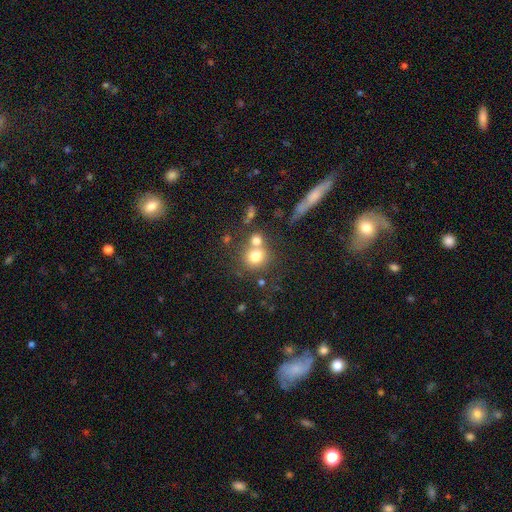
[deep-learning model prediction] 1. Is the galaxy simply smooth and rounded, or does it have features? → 74% smooth, 14% featured or disk, 12% star or artifact.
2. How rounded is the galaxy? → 82% round, 16% in between, 1% cigar-shaped.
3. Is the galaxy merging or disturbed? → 47% none, 38% merger, 9% minor disturbance, 5% major disturbance.